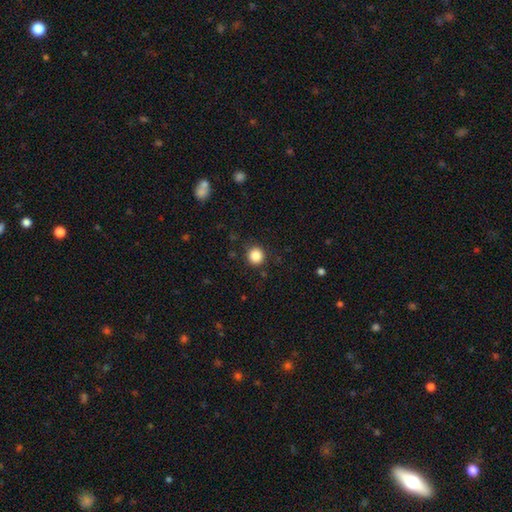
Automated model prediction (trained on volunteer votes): Smooth or featured? Predicted: smooth (p=0.86). How rounded? Predicted: round (p=0.93). Merging? Predicted: none (p=0.88).